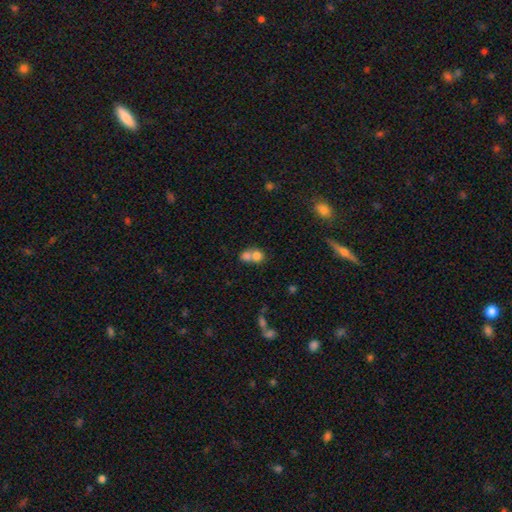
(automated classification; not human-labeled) Smooth or featured?
  - smooth: 76% *
  - featured or disk: 14%
  - star or artifact: 11%
How rounded?
  - round: 71% *
  - in between: 28%
  - cigar-shaped: 1%
Merging?
  - merger: 66% *
  - none: 26%
  - minor disturbance: 5%
  - major disturbance: 3%